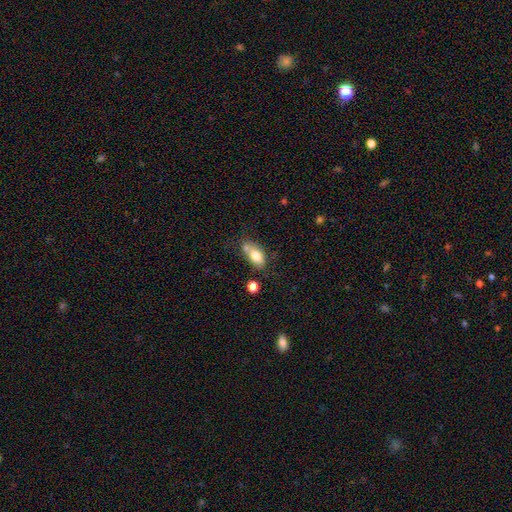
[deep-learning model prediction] Morphology: type=smooth (74%); roundness=in between (86%); merging=none (49%).